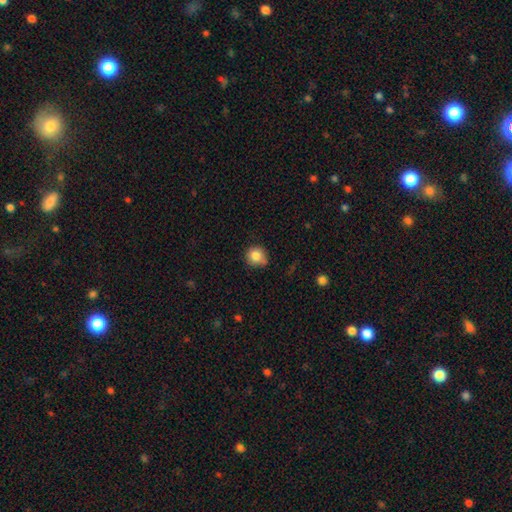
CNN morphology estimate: smooth 83%, star or artifact 10%, featured or disk 7%. Down the decision tree: how rounded — round (89%); merging — none (71%).